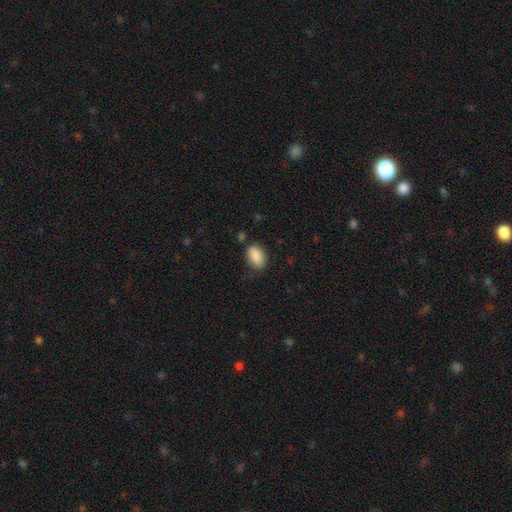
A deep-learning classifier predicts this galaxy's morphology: Smooth or featured?
  - smooth: 89% *
  - star or artifact: 7%
  - featured or disk: 4%
How rounded?
  - in between: 88% *
  - round: 11%
  - cigar-shaped: 1%
Merging?
  - none: 75% *
  - minor disturbance: 18%
  - major disturbance: 4%
  - merger: 3%